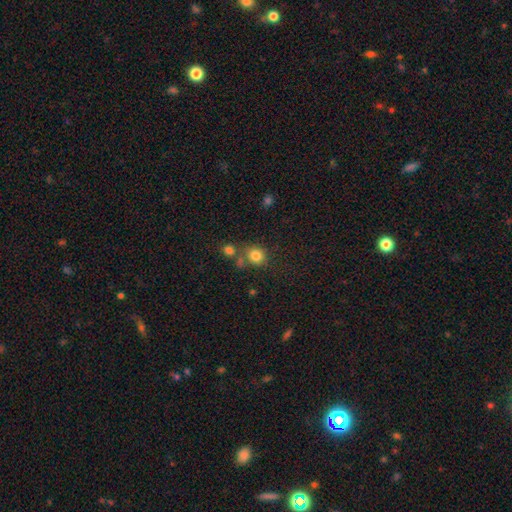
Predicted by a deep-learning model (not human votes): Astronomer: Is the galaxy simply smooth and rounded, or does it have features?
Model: smooth — 81%.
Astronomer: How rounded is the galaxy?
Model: round — 82%.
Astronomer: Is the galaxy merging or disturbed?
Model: none — 65%.